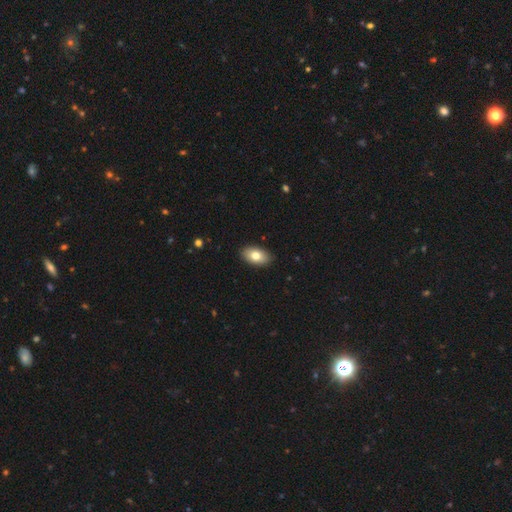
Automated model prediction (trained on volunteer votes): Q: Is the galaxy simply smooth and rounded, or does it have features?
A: smooth — 78%.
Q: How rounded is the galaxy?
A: in between — 93%.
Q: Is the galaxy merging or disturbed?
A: none — 89%.